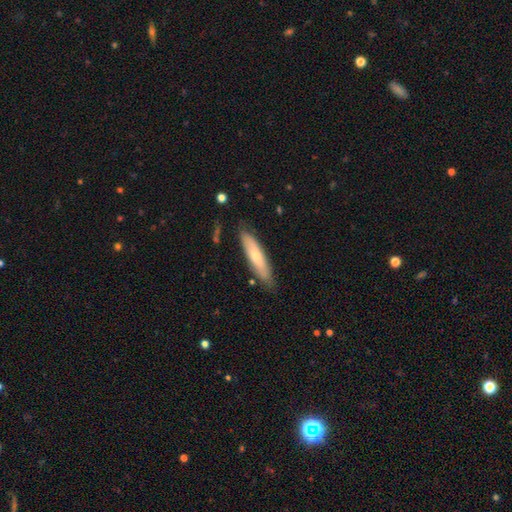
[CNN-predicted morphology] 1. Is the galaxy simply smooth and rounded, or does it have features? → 60% smooth, 34% featured or disk, 6% star or artifact.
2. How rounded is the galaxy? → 77% cigar-shaped, 22% in between, 2% round.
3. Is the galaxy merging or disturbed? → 81% none, 15% minor disturbance, 3% major disturbance, 2% merger.